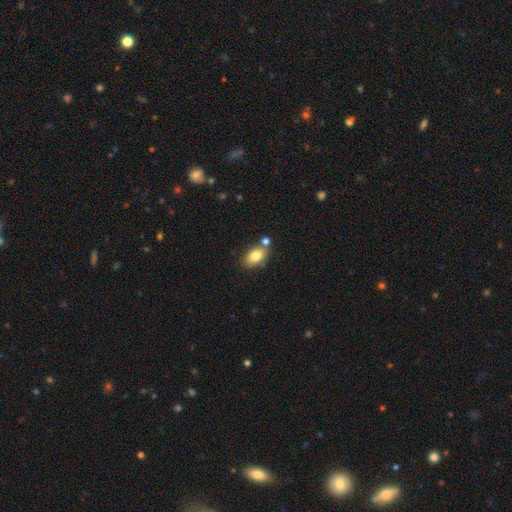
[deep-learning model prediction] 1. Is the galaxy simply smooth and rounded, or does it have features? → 81% smooth, 11% featured or disk, 8% star or artifact.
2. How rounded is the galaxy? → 90% in between, 7% round, 3% cigar-shaped.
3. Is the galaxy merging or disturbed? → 69% none, 15% merger, 13% minor disturbance, 3% major disturbance.